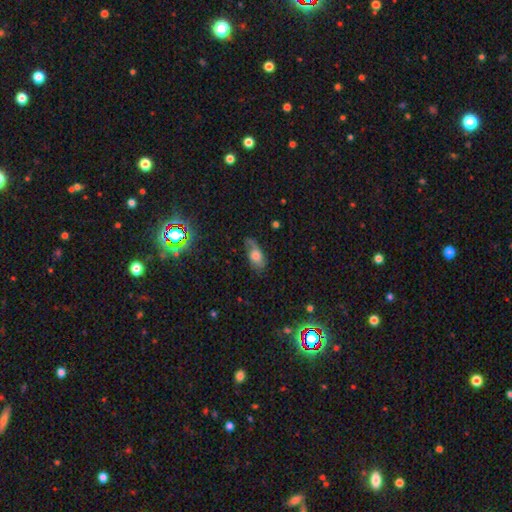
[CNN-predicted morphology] type=smooth (57%); roundness=in between (85%); merging=none (52%).